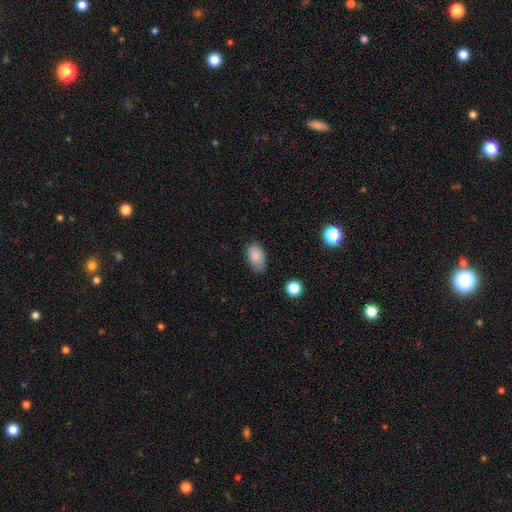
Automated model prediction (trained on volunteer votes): smooth-or-featured: smooth: 86% | star or artifact: 8% | featured or disk: 6%
  how-rounded: in between: 92% | round: 7% | cigar-shaped: 2%
  merging: none: 71% | minor disturbance: 23% | major disturbance: 4% | merger: 2%